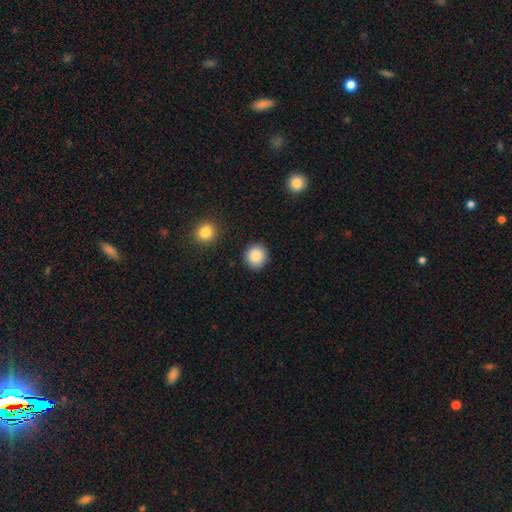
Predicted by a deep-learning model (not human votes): The model was most divided on "how rounded": round: 89%, in between: 10%, cigar-shaped: 1%. More confident: merging — none (89%); smooth or featured — smooth (88%).